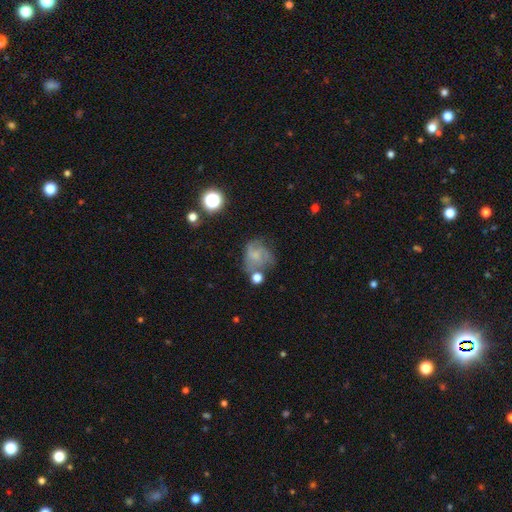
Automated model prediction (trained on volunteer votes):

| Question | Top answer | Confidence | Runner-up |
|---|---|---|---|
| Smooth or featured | featured or disk | 46% | smooth (42%) |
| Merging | none | 37% | minor disturbance (26%) |